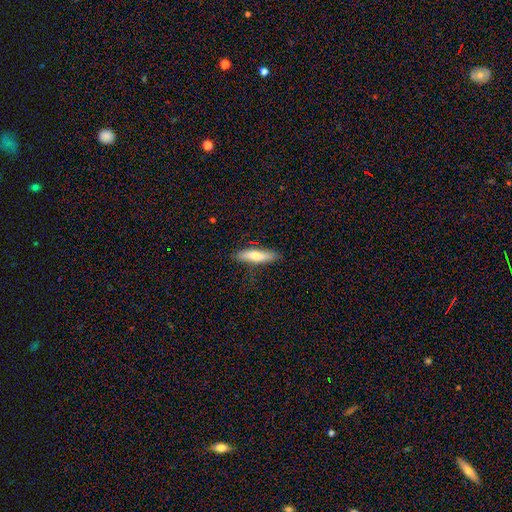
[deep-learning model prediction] This appears to be a smooth galaxy with no disk features (68%) that is cigar-shaped (72%). Merging: none (84%).